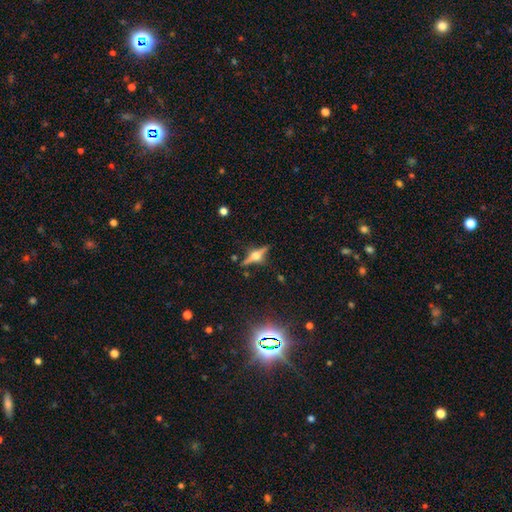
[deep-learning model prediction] Smooth or featured? Predicted: featured or disk (p=0.74). Edge-on disk? Predicted: yes (p=0.95). Edge-on bulge? Predicted: rounded (p=0.93). Merging? Predicted: none (p=0.82).